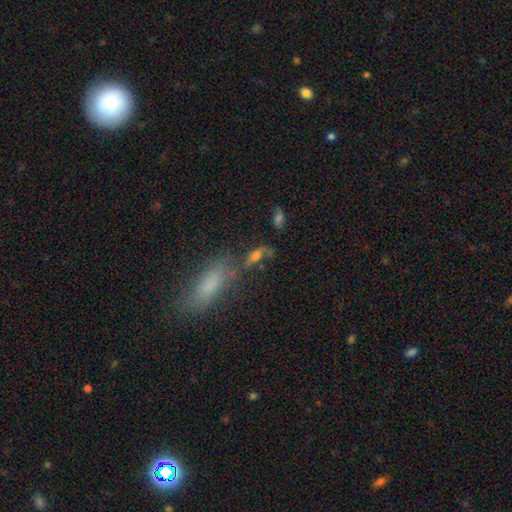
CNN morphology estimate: The model was most divided on "how rounded": in between: 56%, cigar-shaped: 35%, round: 9%. Remaining: smooth or featured — smooth (53%); merging — none (47%).